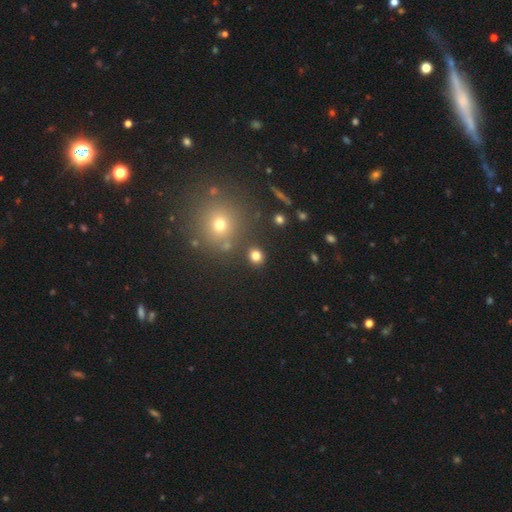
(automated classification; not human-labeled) A smooth galaxy with no disk features (79%) that is round (81%). Merging: none (86%).